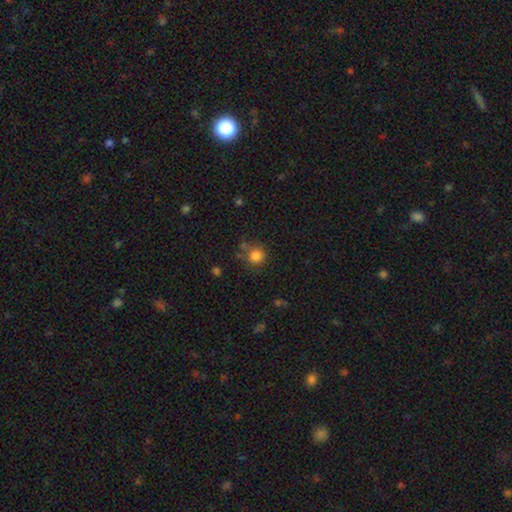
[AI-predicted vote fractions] Smooth or featured? smooth (82%)
How rounded? round (90%)
Merging? none (70%)